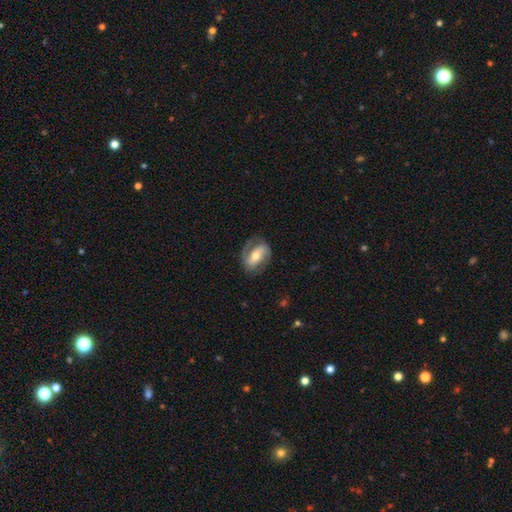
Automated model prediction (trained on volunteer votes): Morphology: type=featured or disk (69%); edge-on=no (95%); bar=strong (41%); spiral arms=yes (85%); winding=medium (43%); arm count=2 (78%); bulge=moderate (64%); merging=none (69%).